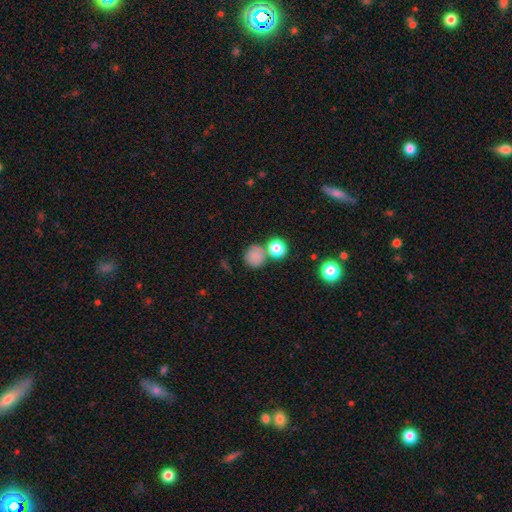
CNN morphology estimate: This appears to be a smooth galaxy with no disk features (80%) that is round (86%). Merging: none (58%).